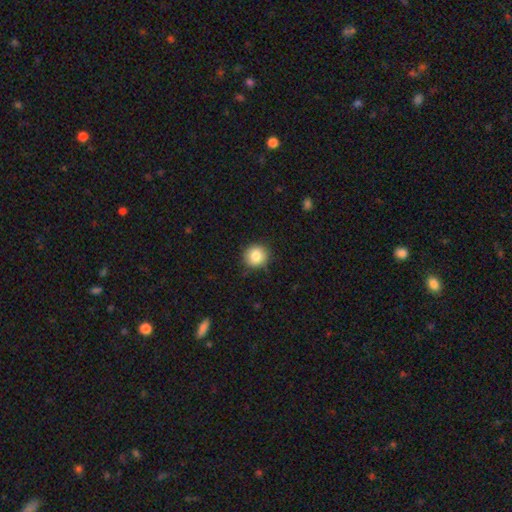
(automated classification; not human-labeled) Morphology: type=smooth (83%); roundness=round (93%); merging=none (89%).